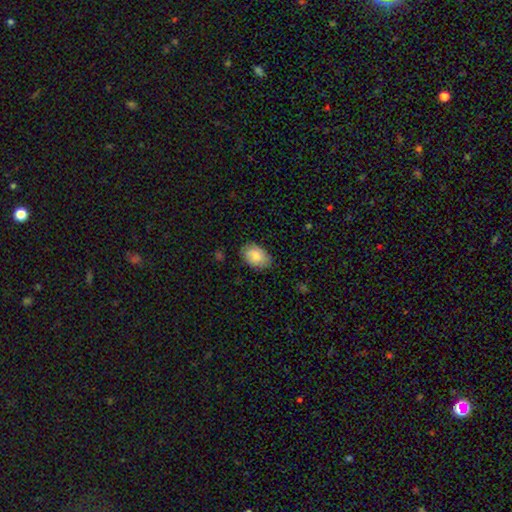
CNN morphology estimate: The model was most divided on "smooth or featured": smooth: 72%, featured or disk: 21%, star or artifact: 7%. More confident: how rounded — in between (86%); merging — none (77%).